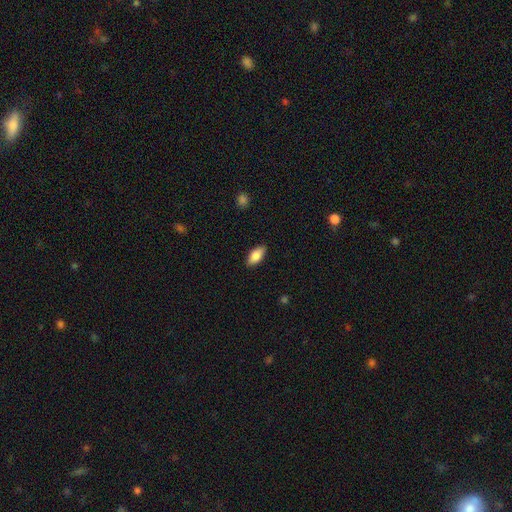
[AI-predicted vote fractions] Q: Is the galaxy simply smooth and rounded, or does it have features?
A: smooth — 83%.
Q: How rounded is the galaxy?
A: in between — 90%.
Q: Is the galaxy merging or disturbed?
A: none — 88%.